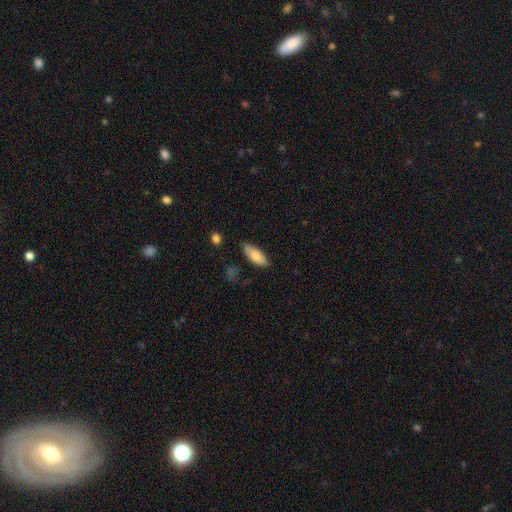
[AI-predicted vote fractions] Smooth or featured? smooth (82%)
How rounded? in between (74%)
Merging? none (82%)